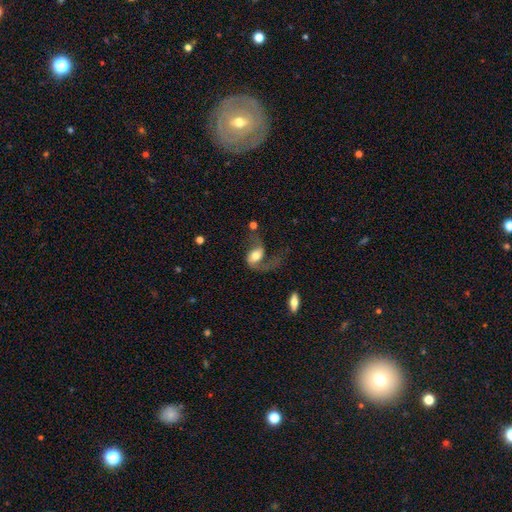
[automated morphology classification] The model was most divided on "merging": major disturbance: 48%, none: 30%, minor disturbance: 16%, merger: 7%. More confident: edge-on disk — no (95%); spiral arms — yes (82%); smooth or featured — featured or disk (58%); bulge size — moderate (58%); bar — no (54%).